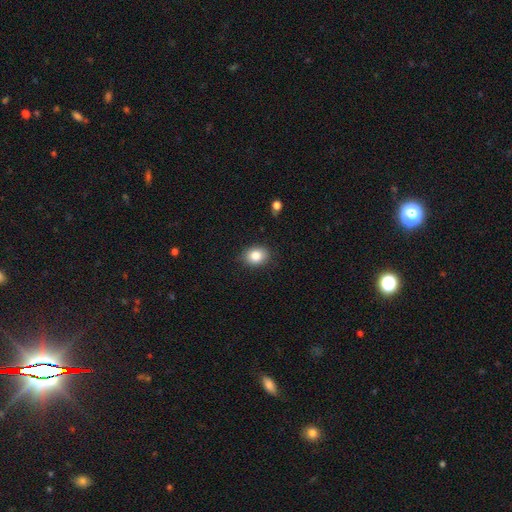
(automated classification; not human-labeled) Smooth or featured? Predicted: smooth (p=0.84). How rounded? Predicted: in between (p=0.59). Merging? Predicted: none (p=0.84).